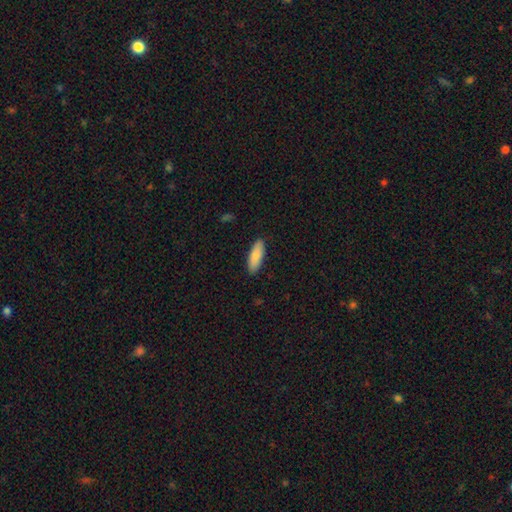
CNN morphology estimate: A smooth galaxy with no disk features (84%) that is in between round and cigar-shaped (63%).

Vote fractions:
- Smooth or featured? smooth: 84% / featured or disk: 11% / star or artifact: 6%
- How rounded? in between: 63% / cigar-shaped: 35% / round: 2%
- Merging? none: 89% / minor disturbance: 8% / major disturbance: 2% / merger: 1%